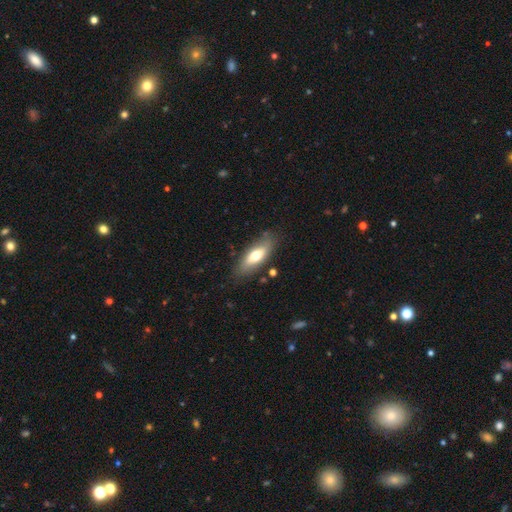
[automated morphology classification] Smooth or featured: smooth — 61% (featured or disk — 33%)
How rounded: in between — 74% (cigar-shaped — 23%)
Merging: none — 79% (minor disturbance — 15%)